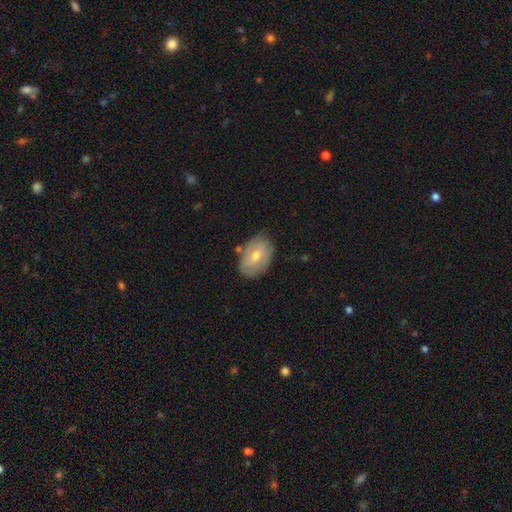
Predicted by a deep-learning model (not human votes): Smooth or featured: featured or disk — 50% (smooth — 42%)
Edge-on disk: no — 93% (yes — 7%)
Merging: none — 75% (minor disturbance — 18%)